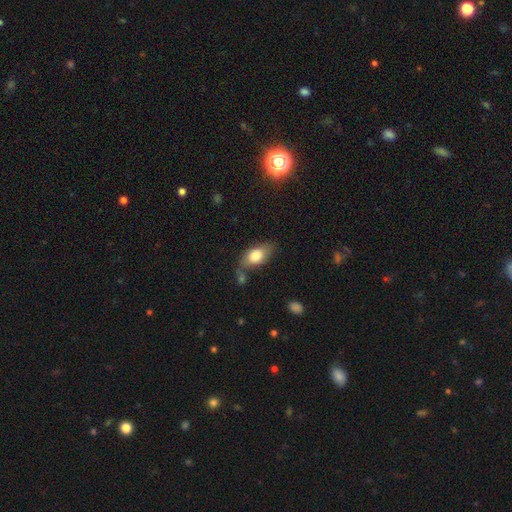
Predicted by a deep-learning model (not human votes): Morphology: type=smooth (76%); roundness=in between (89%); merging=none (63%).